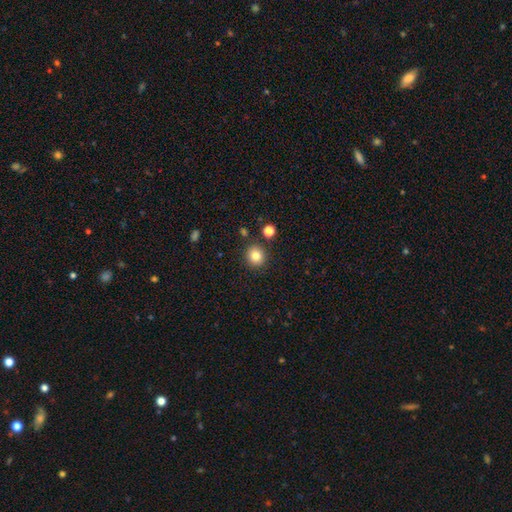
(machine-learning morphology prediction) smooth-or-featured: smooth: 83% | star or artifact: 11% | featured or disk: 6%
  how-rounded: round: 85% | in between: 14% | cigar-shaped: 1%
  merging: none: 87% | minor disturbance: 7% | merger: 4% | major disturbance: 2%